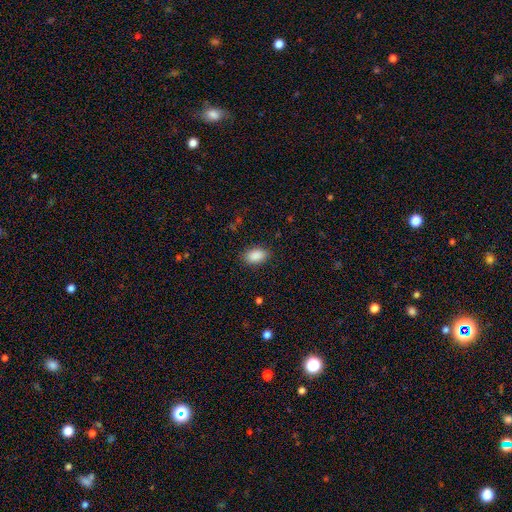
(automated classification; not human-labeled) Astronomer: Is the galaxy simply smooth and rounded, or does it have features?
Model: smooth — 89%.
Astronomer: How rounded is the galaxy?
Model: in between — 91%.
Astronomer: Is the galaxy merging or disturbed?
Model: none — 87%.